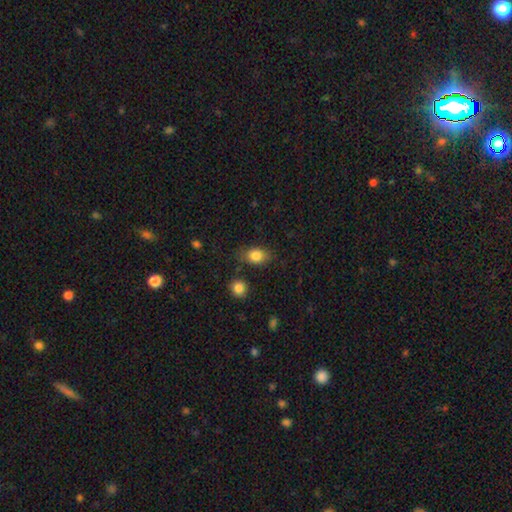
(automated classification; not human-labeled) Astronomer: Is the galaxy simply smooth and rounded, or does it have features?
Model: smooth — 83%.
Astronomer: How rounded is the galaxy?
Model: in between — 75%.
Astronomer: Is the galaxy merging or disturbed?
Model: none — 75%.